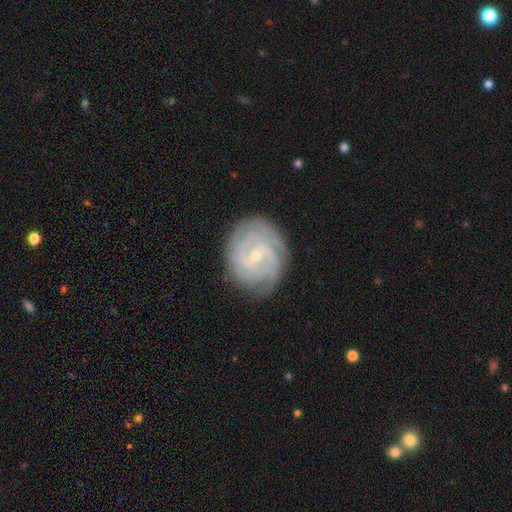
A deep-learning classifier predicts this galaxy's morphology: Smooth or featured? Predicted: featured or disk (p=0.87). Edge-on disk? Predicted: no (p=0.97). Bar? Predicted: weak (p=0.45). Spiral arms? Predicted: yes (p=0.98). Spiral winding? Predicted: tight (p=0.70). Spiral arm count? Predicted: 3 (p=0.25). Bulge size? Predicted: small (p=0.76). Merging? Predicted: none (p=0.81).